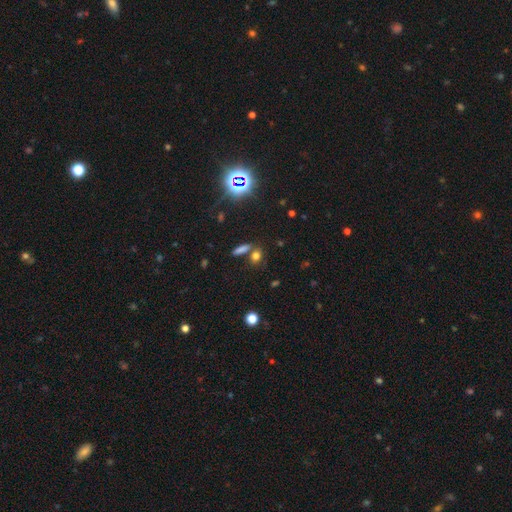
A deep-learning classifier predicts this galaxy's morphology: type=smooth (68%); roundness=in between (52%); merging=none (66%).